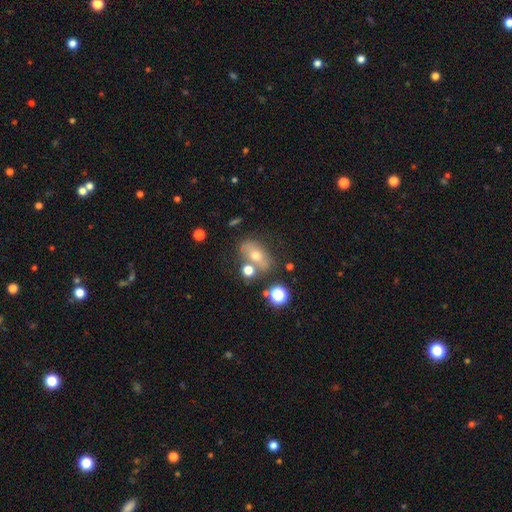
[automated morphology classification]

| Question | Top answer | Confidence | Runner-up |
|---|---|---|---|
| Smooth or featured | smooth | 54% | featured or disk (31%) |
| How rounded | in between | 73% | round (23%) |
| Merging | none | 59% | merger (17%) |